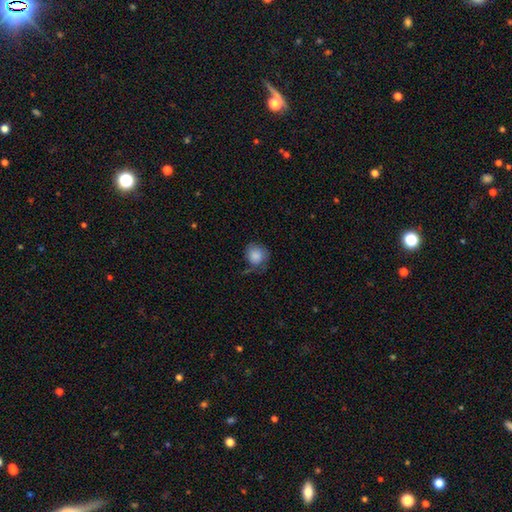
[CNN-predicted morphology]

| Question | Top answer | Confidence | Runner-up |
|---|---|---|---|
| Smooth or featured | smooth | 82% | featured or disk (11%) |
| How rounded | round | 80% | in between (19%) |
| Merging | none | 48% | minor disturbance (31%) |